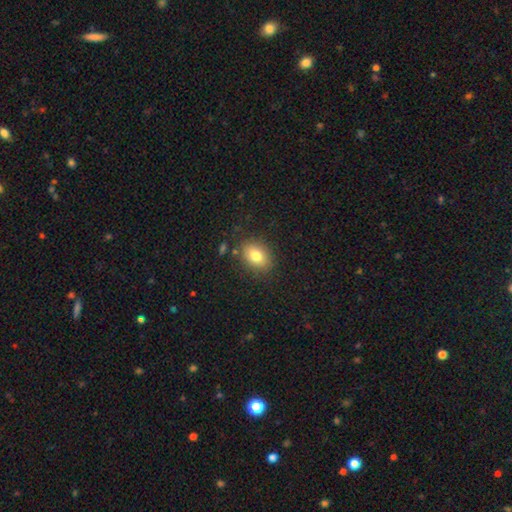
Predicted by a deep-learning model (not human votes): Smooth or featured?
  - smooth: 80% *
  - featured or disk: 11%
  - star or artifact: 10%
How rounded?
  - in between: 72% *
  - round: 26%
  - cigar-shaped: 1%
Merging?
  - none: 84% *
  - minor disturbance: 11%
  - major disturbance: 3%
  - merger: 2%